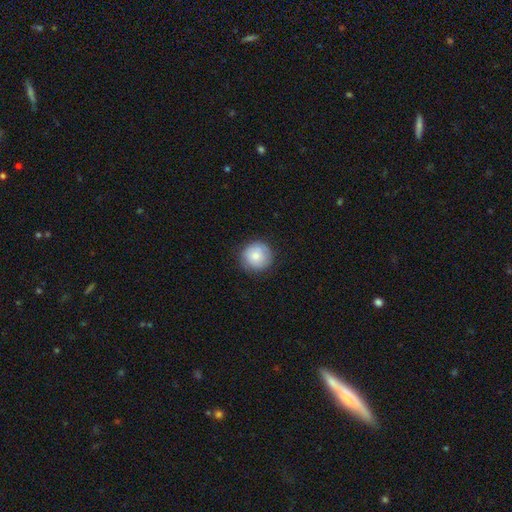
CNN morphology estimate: A smooth galaxy with no disk features (74%) that is round (95%). Merging: none (82%).